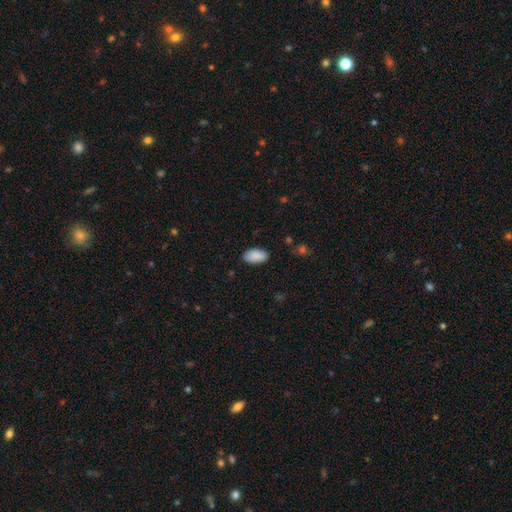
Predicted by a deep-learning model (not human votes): Overall: smooth (90%). How rounded: in between (95%). Merging: none (85%).